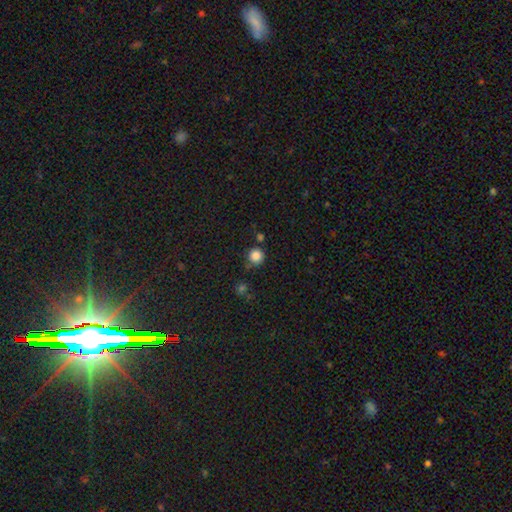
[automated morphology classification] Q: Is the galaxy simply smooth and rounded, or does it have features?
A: smooth — 84%.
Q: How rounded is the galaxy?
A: round — 94%.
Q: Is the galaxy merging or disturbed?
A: none — 75%.